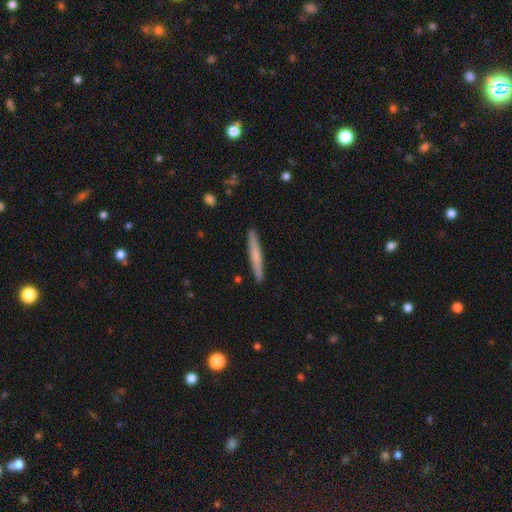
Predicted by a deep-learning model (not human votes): Smooth or featured? smooth (64%)
How rounded? cigar-shaped (97%)
Merging? none (92%)